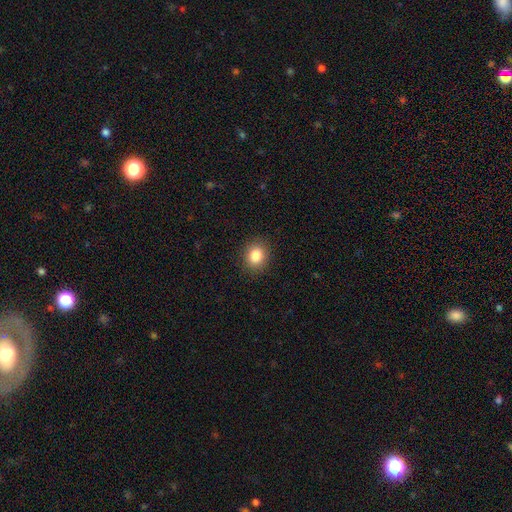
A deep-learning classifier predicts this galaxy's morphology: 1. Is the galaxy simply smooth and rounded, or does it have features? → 84% smooth, 10% star or artifact, 6% featured or disk.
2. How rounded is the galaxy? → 61% round, 38% in between, 1% cigar-shaped.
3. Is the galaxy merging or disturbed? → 89% none, 8% minor disturbance, 2% major disturbance, 1% merger.